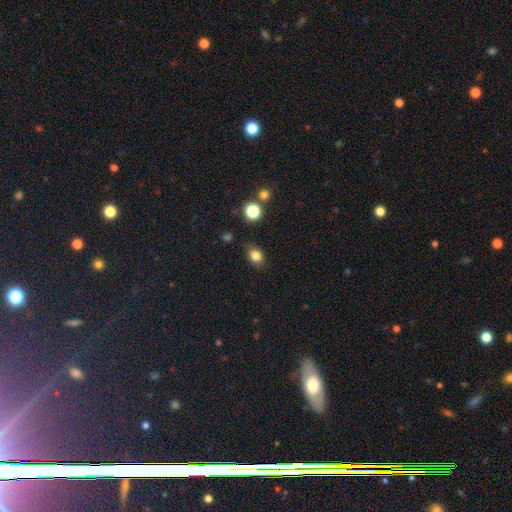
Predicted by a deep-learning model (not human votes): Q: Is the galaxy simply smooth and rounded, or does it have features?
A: smooth — 82%.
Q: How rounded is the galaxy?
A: in between — 57%.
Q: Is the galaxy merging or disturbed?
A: none — 79%.